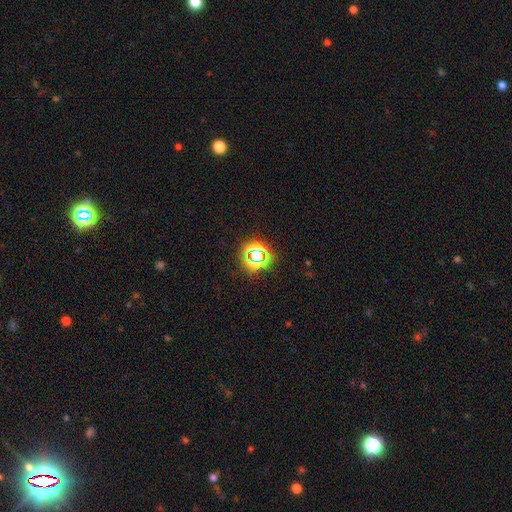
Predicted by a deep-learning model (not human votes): smooth-or-featured: star or artifact: 64% | smooth: 27% | featured or disk: 9%